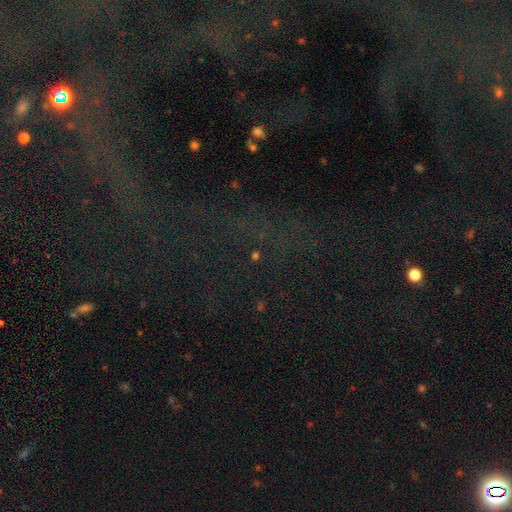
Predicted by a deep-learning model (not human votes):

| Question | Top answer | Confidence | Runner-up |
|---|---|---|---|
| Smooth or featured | star or artifact | 69% | smooth (20%) |